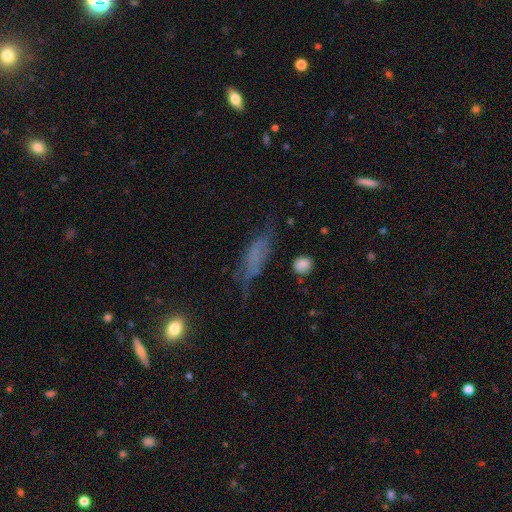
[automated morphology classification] This is possibly a smooth galaxy (49%). Merging: possibly none (48%).